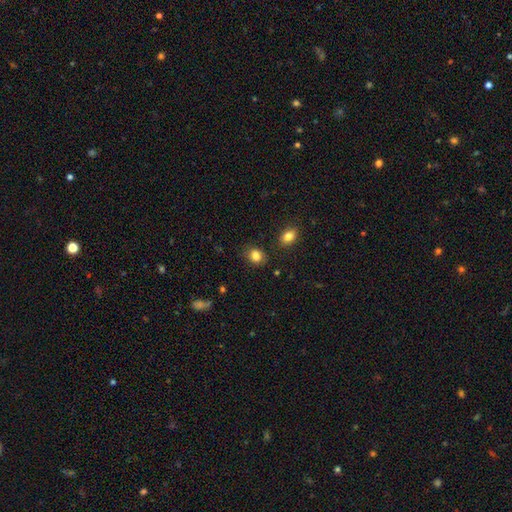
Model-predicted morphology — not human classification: A smooth galaxy with no disk features (84%) that is round (61%).

Vote fractions:
- Smooth or featured? smooth: 84% / star or artifact: 11% / featured or disk: 5%
- How rounded? round: 61% / in between: 38% / cigar-shaped: 1%
- Merging? none: 83% / minor disturbance: 12% / major disturbance: 3% / merger: 3%